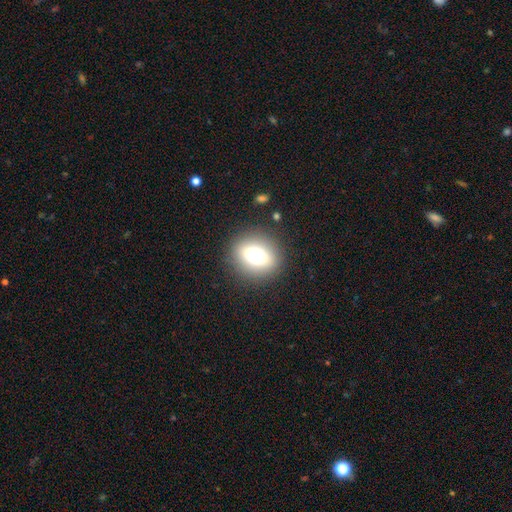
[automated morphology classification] A smooth galaxy with no disk features (68%) that is round (65%). Merging: none (86%).